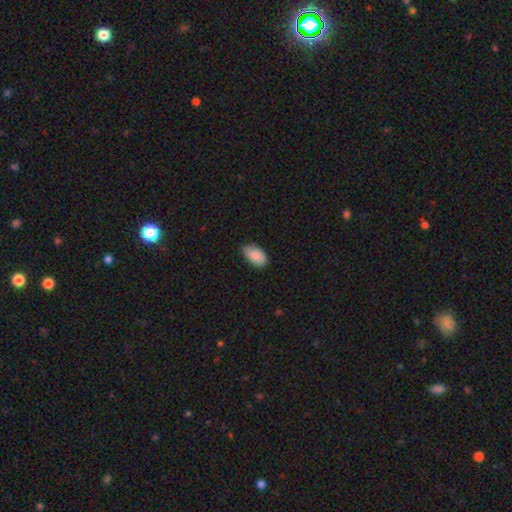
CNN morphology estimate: A smooth galaxy with no disk features (89%) that is in between round and cigar-shaped (95%).

Vote fractions:
- Smooth or featured? smooth: 89% / star or artifact: 6% / featured or disk: 4%
- How rounded? in between: 95% / round: 3% / cigar-shaped: 2%
- Merging? none: 79% / minor disturbance: 17% / major disturbance: 2% / merger: 1%